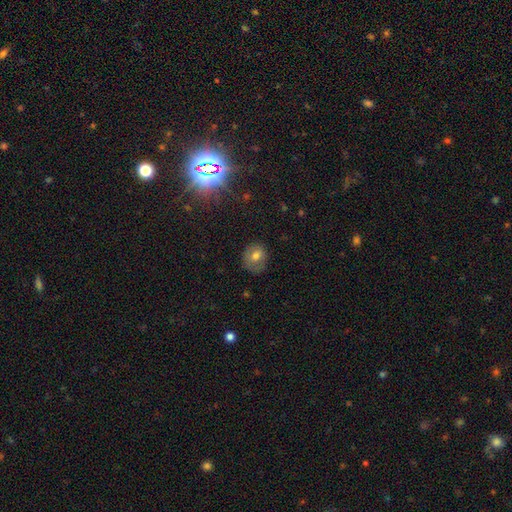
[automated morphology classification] This appears to be a smooth galaxy with no disk features (67%) that is round (73%). Merging: none (75%).